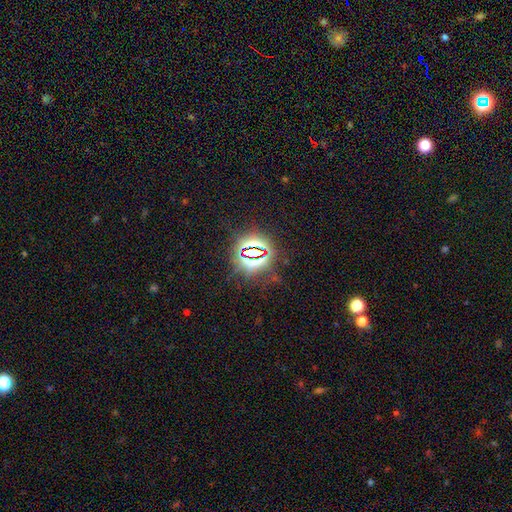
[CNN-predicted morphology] Smooth or featured? Predicted: star or artifact (p=0.83).